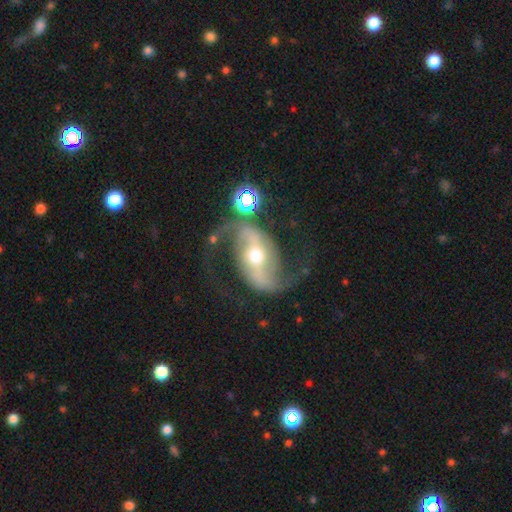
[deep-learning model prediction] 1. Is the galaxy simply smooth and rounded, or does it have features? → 90% featured or disk, 6% star or artifact, 4% smooth.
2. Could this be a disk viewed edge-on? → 96% no, 4% yes.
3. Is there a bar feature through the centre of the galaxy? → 55% strong, 28% weak, 17% no.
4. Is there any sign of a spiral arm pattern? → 97% yes, 3% no.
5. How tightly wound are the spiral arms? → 53% loose, 39% medium, 8% tight.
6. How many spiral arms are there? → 94% 2, 2% can't tell, 1% 1, 1% 3, 1% 4, 1% more than 4.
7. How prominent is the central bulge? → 64% moderate, 28% small, 5% large, 1% dominant, 1% none.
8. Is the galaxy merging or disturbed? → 72% none, 13% minor disturbance, 11% major disturbance, 4% merger.